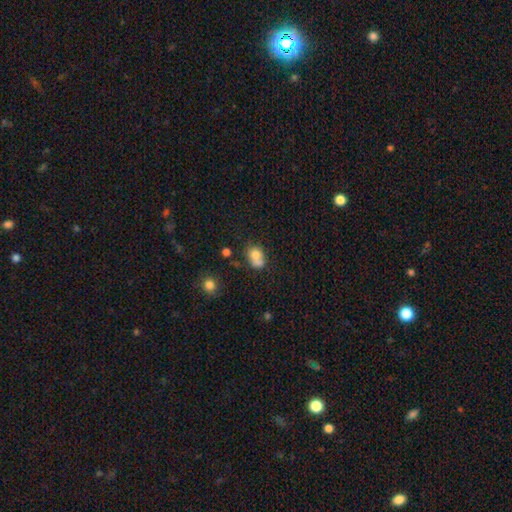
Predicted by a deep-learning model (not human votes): smooth-or-featured: smooth: 74% | featured or disk: 15% | star or artifact: 11%
  how-rounded: round: 52% | in between: 47% | cigar-shaped: 1%
  merging: merger: 40% | none: 35% | minor disturbance: 17% | major disturbance: 8%